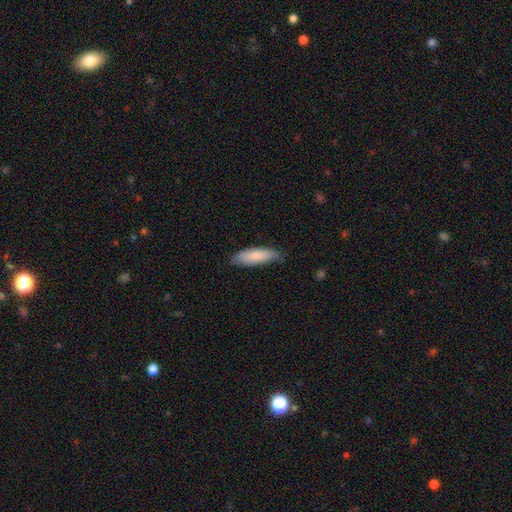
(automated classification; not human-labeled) This appears to be a smooth galaxy with no disk features (84%) that is in between round and cigar-shaped (50%). Merging: none (77%).